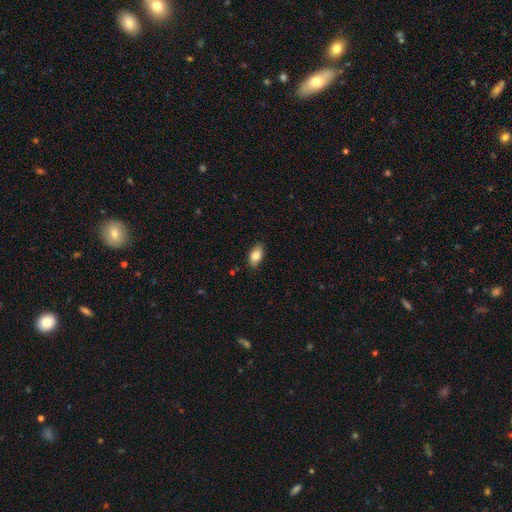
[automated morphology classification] This appears to be a smooth galaxy with no disk features (83%) that is in between round and cigar-shaped (91%). Merging: none (85%).